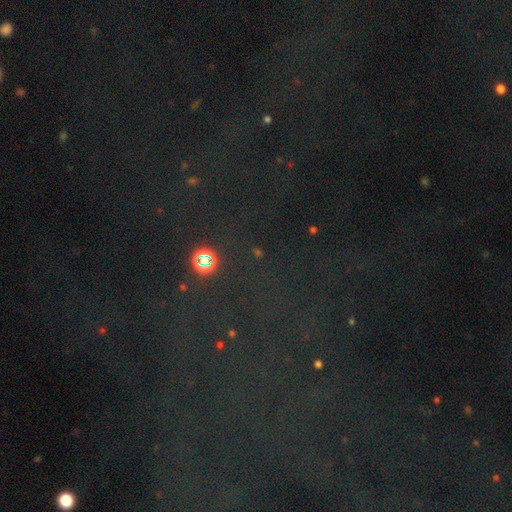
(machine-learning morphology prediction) Q: Smooth or featured?
A: star or artifact (78%); runner-up: smooth (13%)